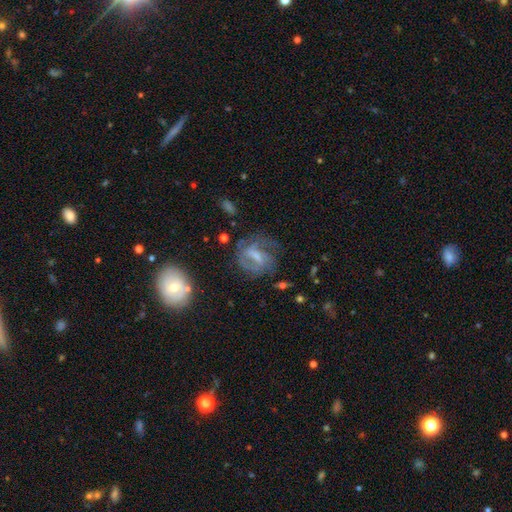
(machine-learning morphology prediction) Smooth or featured? featured or disk (66%)
Edge-on disk? no (95%)
Bar? weak (48%)
Spiral arms? yes (76%)
Bulge size? small (33%, tied with moderate)
Merging? none (53%)